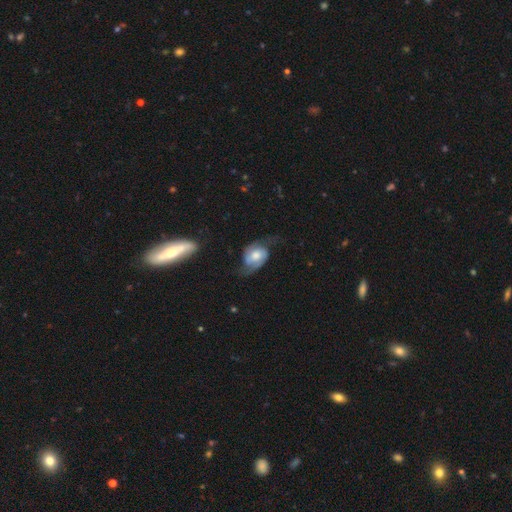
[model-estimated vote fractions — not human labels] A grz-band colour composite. It shows a featured or disk galaxy (75%) with no bar (58%), 2 (89%) loose (44%) spiral arms (94%) and a moderate central bulge (54%). Merging: none (58%).